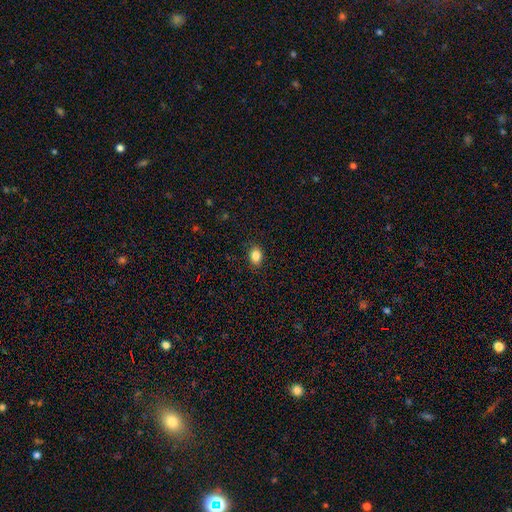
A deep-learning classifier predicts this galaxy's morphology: smooth 85%, star or artifact 9%, featured or disk 5%. Down the decision tree: how rounded — in between (74%); merging — none (87%).